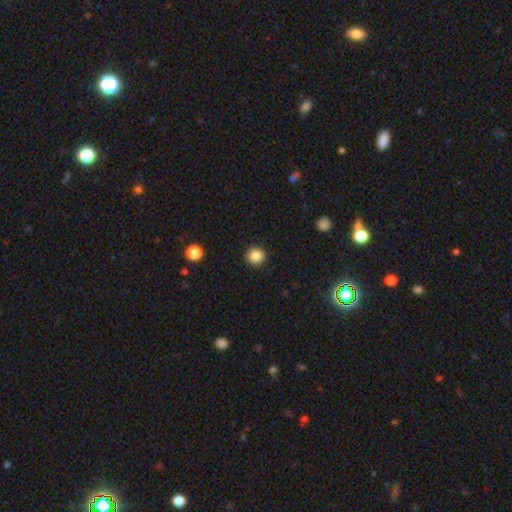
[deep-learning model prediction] Q: Smooth or featured?
A: smooth (86%); runner-up: star or artifact (10%)
Q: How rounded?
A: round (94%); runner-up: in between (5%)
Q: Merging?
A: none (93%); runner-up: minor disturbance (5%)